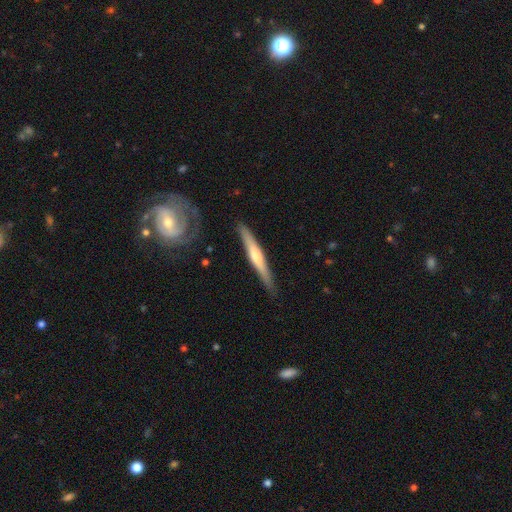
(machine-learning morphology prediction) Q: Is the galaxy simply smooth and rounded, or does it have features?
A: featured or disk — 56%.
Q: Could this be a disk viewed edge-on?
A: yes — 95%.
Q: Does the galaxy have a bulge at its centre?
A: rounded — 67%.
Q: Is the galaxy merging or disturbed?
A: none — 85%.